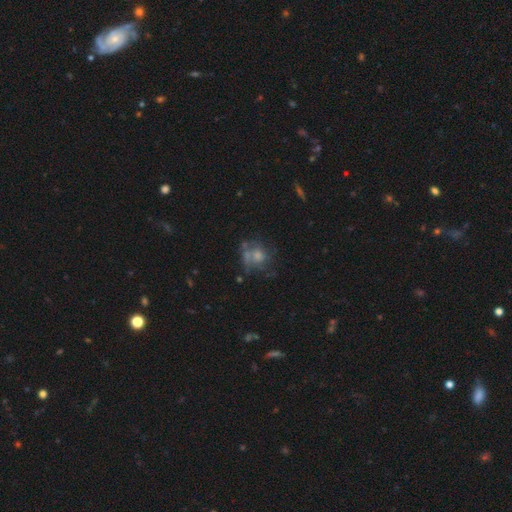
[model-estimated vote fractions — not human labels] smooth-or-featured: featured or disk: 47% | smooth: 39% | star or artifact: 14%
  merging: none: 45% | major disturbance: 24% | minor disturbance: 20% | merger: 11%